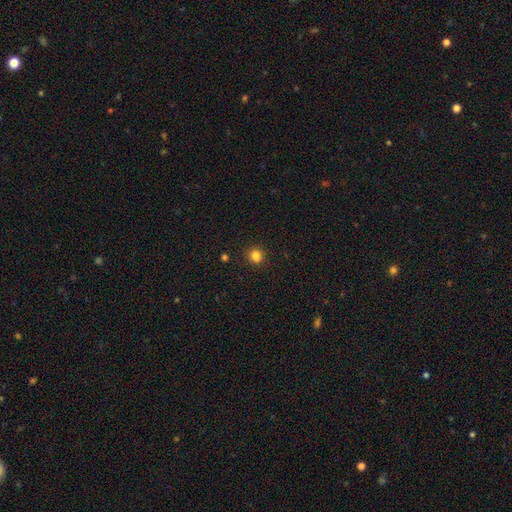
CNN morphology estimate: This is clearly a smooth galaxy (82%). How rounded: clearly round (83%). Merging: clearly none (84%).